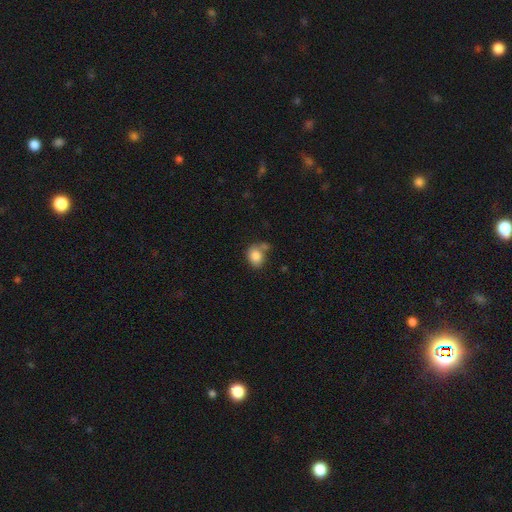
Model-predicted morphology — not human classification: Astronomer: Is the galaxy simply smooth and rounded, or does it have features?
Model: smooth — 84%.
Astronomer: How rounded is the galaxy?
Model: in between — 54% (runner-up: round, 45%).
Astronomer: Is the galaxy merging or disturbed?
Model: none — 49%.